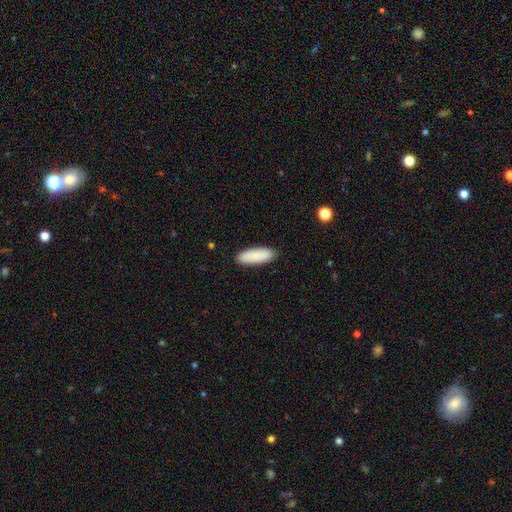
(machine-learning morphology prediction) smooth 88%, featured or disk 6%, star or artifact 6%. Down the decision tree: how rounded — in between (64%); merging — none (89%).